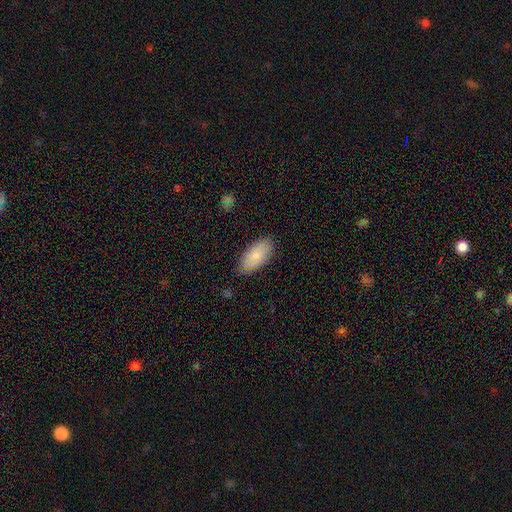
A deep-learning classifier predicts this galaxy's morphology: type=smooth (83%); roundness=in between (93%); merging=none (82%).